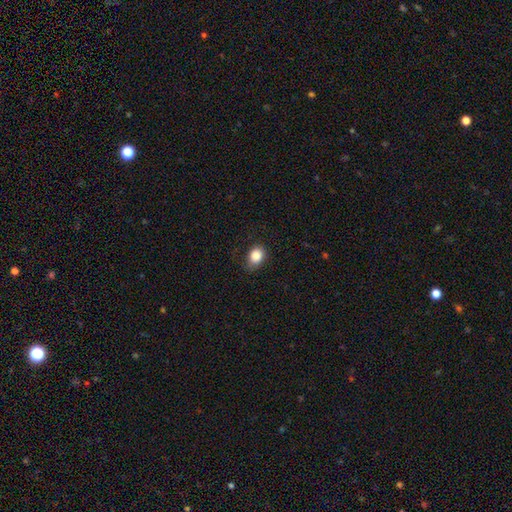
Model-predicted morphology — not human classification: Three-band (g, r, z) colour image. It shows a smooth galaxy with no disk features (85%) that is in between round and cigar-shaped (58%). Merging: none (73%).